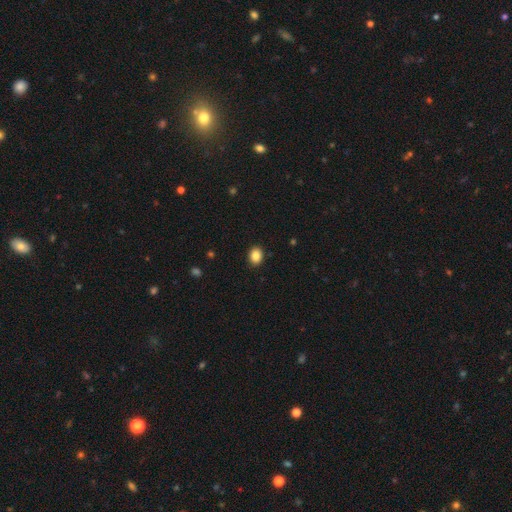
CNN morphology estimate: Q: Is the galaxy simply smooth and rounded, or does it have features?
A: smooth — 87%.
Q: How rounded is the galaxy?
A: in between — 57%.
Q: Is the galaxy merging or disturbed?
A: none — 91%.